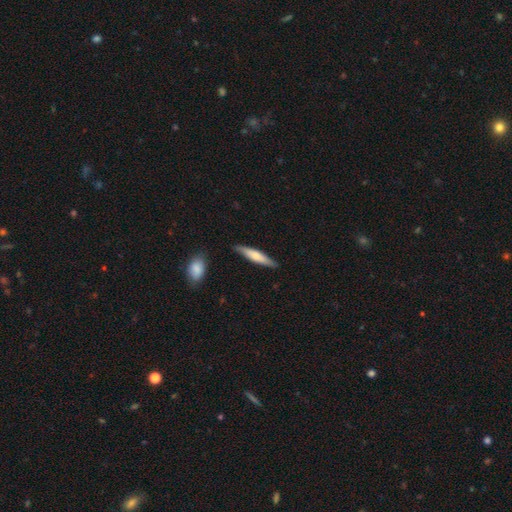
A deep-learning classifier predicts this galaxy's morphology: Smooth or featured? smooth (59%)
How rounded? cigar-shaped (85%)
Merging? none (85%)